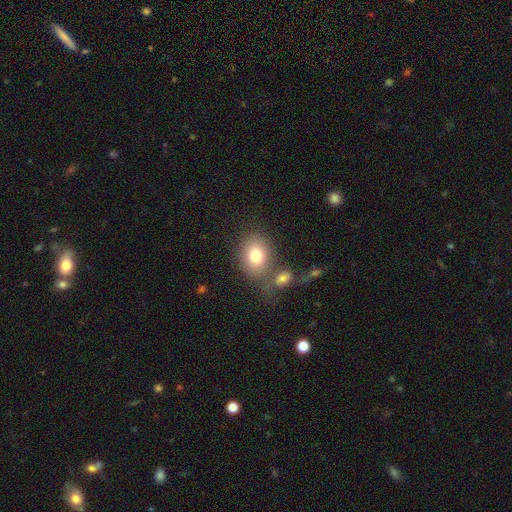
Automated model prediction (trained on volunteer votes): smooth 79%, featured or disk 12%, star or artifact 9%. Down the decision tree: how rounded — in between (60%); merging — none (58%).